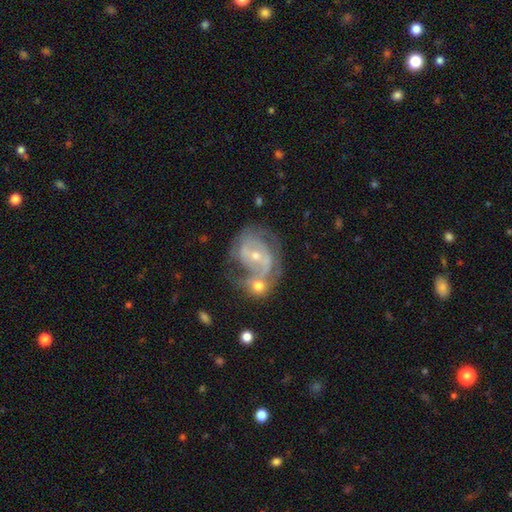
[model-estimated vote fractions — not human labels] The model was most divided on "bar": no: 42%, weak: 41%, strong: 17%. Remaining: edge-on disk — no (97%); spiral arms — yes (88%); smooth or featured — featured or disk (81%); spiral arm count — 2 (59%); bulge size — small (55%); spiral winding — medium (45%); merging — merger (40%).